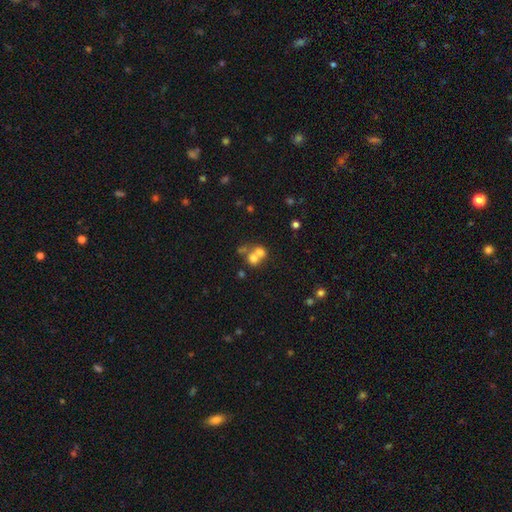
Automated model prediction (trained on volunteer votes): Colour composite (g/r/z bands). It shows a smooth galaxy with no disk features (64%) that is round (78%). Merging: merger (60%).